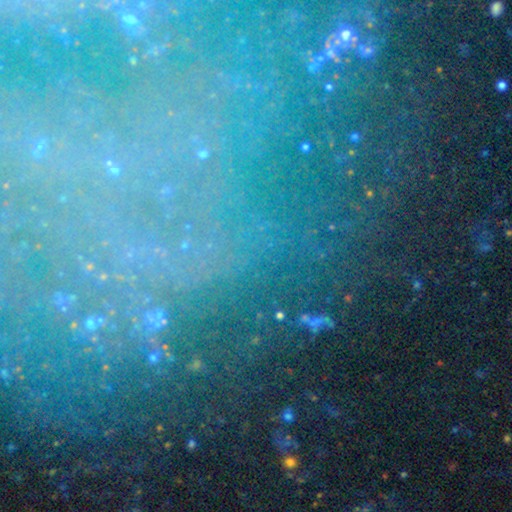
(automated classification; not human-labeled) Overall: star or artifact (65%).